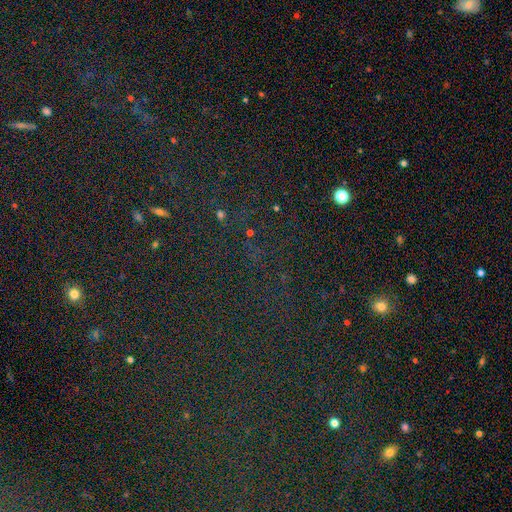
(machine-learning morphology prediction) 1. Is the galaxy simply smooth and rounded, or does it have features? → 82% star or artifact, 10% smooth, 8% featured or disk.